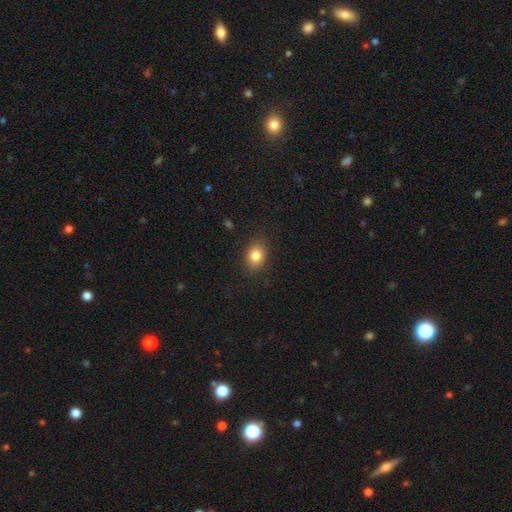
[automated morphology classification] Smooth or featured: smooth — 83% (star or artifact — 10%)
How rounded: in between — 57% (round — 42%)
Merging: none — 85% (minor disturbance — 11%)